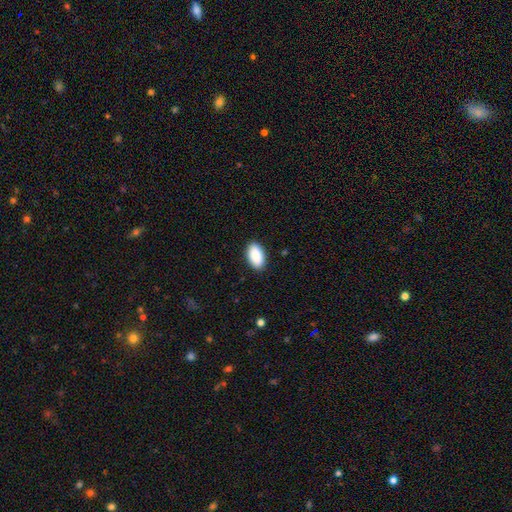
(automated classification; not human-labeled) smooth-or-featured: smooth: 91% | star or artifact: 6% | featured or disk: 3%
  how-rounded: in between: 95% | round: 3% | cigar-shaped: 1%
  merging: none: 89% | minor disturbance: 8% | major disturbance: 2% | merger: 1%